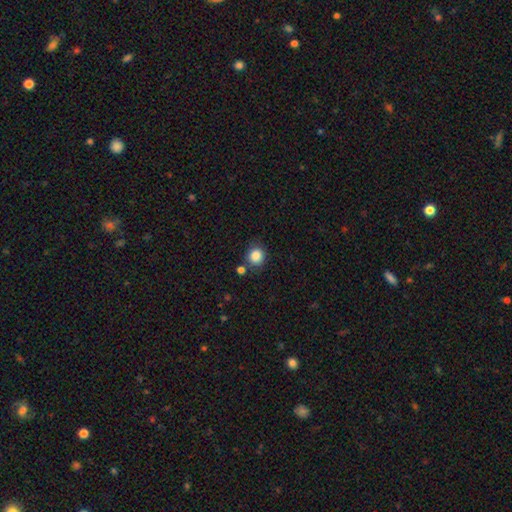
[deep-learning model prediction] This is clearly a smooth galaxy (86%). How rounded: clearly round (88%). Merging: likely none (79%).